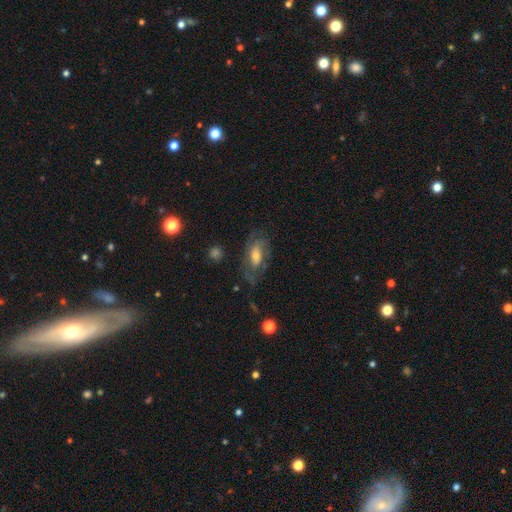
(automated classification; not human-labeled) Q: Smooth or featured?
A: featured or disk (65%); runner-up: smooth (27%)
Q: Edge-on disk?
A: no (91%); runner-up: yes (9%)
Q: Bar?
A: no (55%); runner-up: weak (35%)
Q: Spiral arms?
A: yes (78%); runner-up: no (22%)
Q: Bulge size?
A: moderate (53%); runner-up: small (33%)
Q: Merging?
A: none (62%); runner-up: minor disturbance (21%)